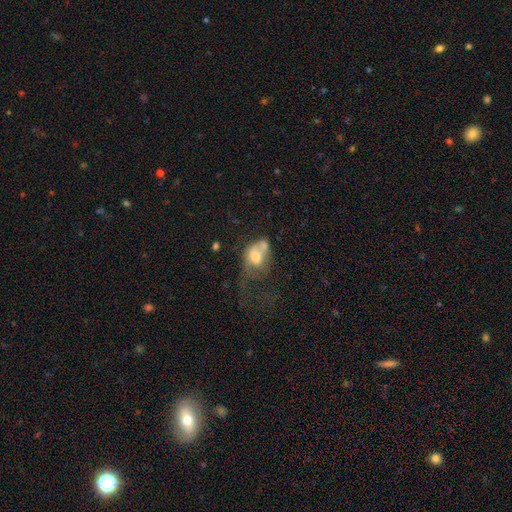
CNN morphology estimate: smooth 56%, featured or disk 34%, star or artifact 9%. Down the decision tree: how rounded — in between (74%); merging — major disturbance (40%).